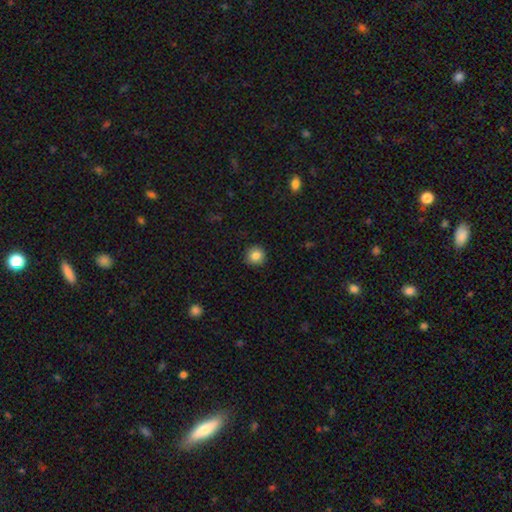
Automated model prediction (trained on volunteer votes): Smooth or featured?
  - smooth: 85% *
  - star or artifact: 10%
  - featured or disk: 5%
How rounded?
  - round: 92% *
  - in between: 7%
  - cigar-shaped: 1%
Merging?
  - none: 90% *
  - minor disturbance: 7%
  - major disturbance: 2%
  - merger: 1%